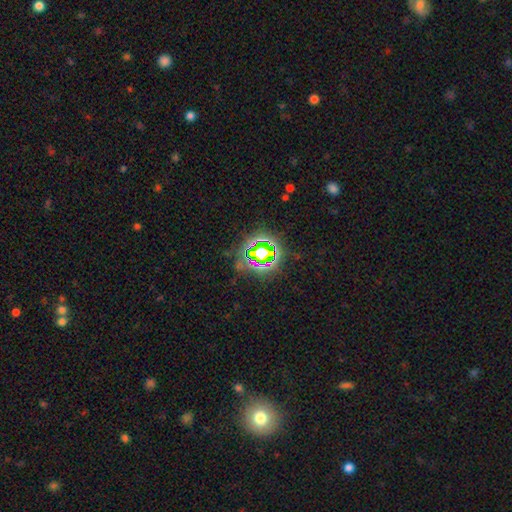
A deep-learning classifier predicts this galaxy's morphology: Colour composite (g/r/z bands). It shows a star or artifact, not a galaxy (78%).